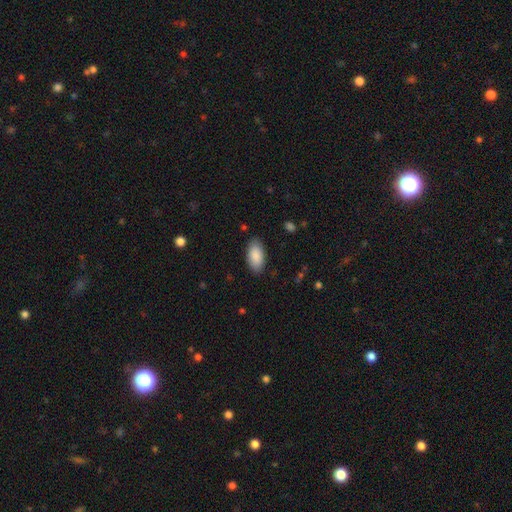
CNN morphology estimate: This appears to be a smooth galaxy with no disk features (89%) that is in between round and cigar-shaped (94%). Merging: none (86%).